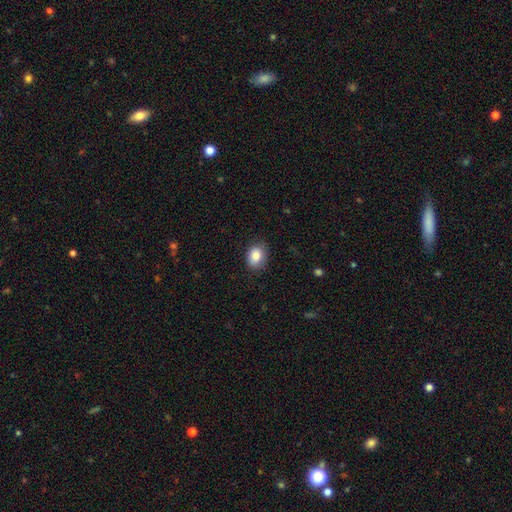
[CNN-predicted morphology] A smooth galaxy with no disk features (84%) that is in between round and cigar-shaped (61%). Merging: none (84%).